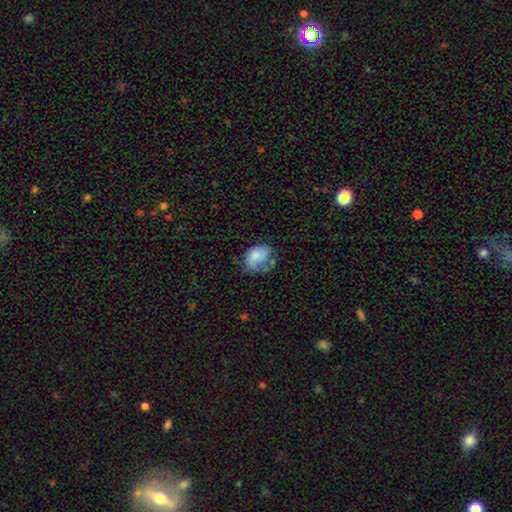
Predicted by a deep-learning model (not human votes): Smooth or featured? smooth (70%)
How rounded? in between (76%)
Merging? none (36%)